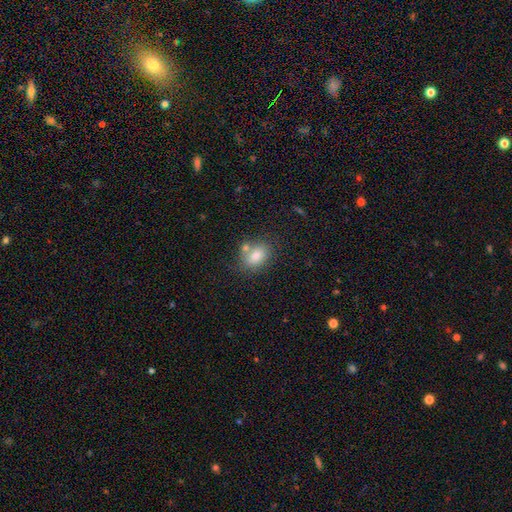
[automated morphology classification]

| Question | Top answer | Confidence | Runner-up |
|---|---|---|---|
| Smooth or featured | smooth | 79% | featured or disk (11%) |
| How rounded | in between | 74% | round (25%) |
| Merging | none | 63% | merger (18%) |